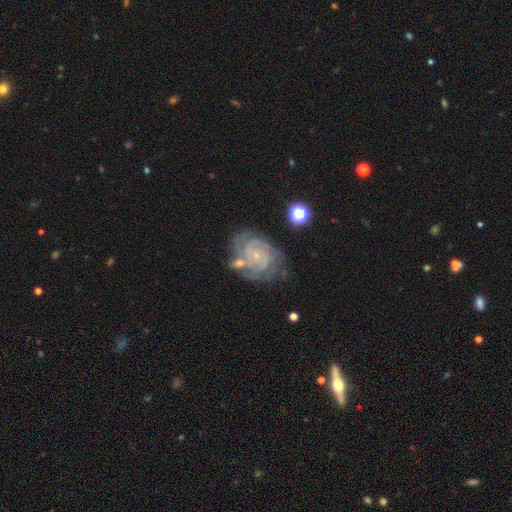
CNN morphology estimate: Q: Smooth or featured?
A: featured or disk (86%); runner-up: star or artifact (7%)
Q: Edge-on disk?
A: no (98%); runner-up: yes (2%)
Q: Bar?
A: no (74%); runner-up: weak (22%)
Q: Spiral arms?
A: yes (97%); runner-up: no (3%)
Q: Spiral winding?
A: tight (71%); runner-up: medium (25%)
Q: Spiral arm count?
A: 3 (26%); runner-up: can't tell (22%)
Q: Bulge size?
A: small (82%); runner-up: moderate (10%)
Q: Merging?
A: none (62%); runner-up: minor disturbance (20%)